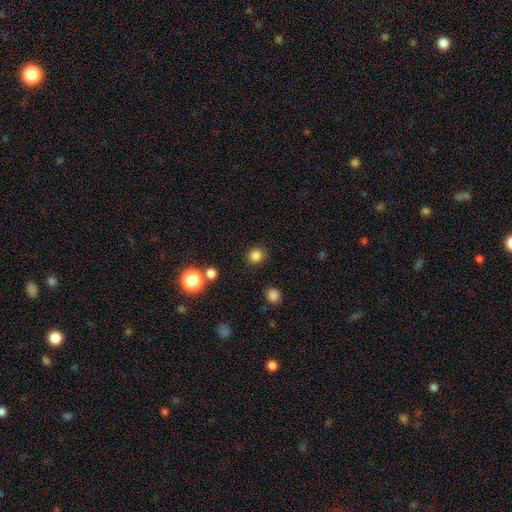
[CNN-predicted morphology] Smooth or featured?
  - smooth: 83% *
  - star or artifact: 13%
  - featured or disk: 4%
How rounded?
  - round: 85% *
  - in between: 14%
  - cigar-shaped: 1%
Merging?
  - none: 88% *
  - minor disturbance: 7%
  - major disturbance: 3%
  - merger: 2%